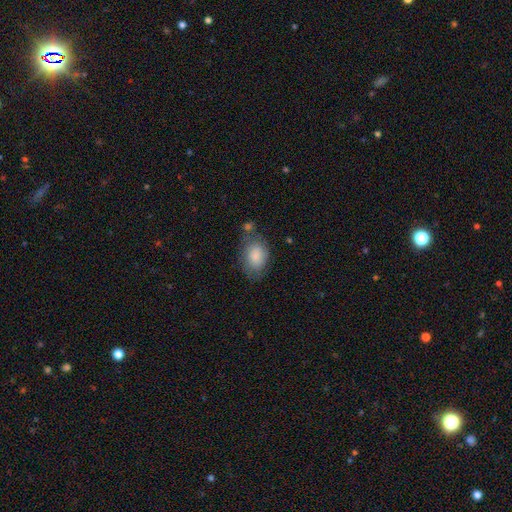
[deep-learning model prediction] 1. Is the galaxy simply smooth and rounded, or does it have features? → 84% smooth, 10% featured or disk, 6% star or artifact.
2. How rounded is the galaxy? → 84% in between, 14% round, 1% cigar-shaped.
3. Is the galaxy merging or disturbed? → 57% none, 26% minor disturbance, 10% major disturbance, 7% merger.